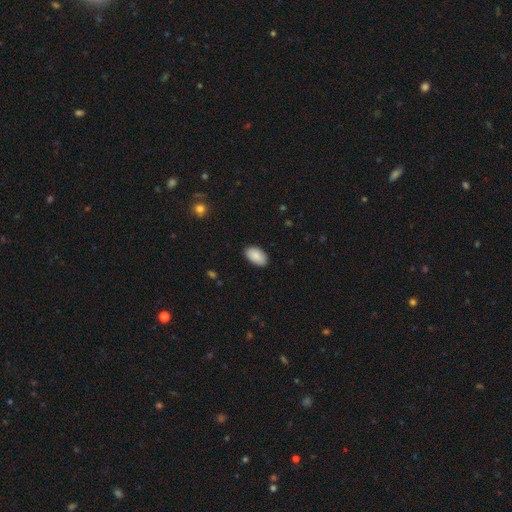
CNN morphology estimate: smooth_or_featured: smooth (p=0.90) [alt: star or artifact p=0.06]
how_rounded: in between (p=0.95) [alt: round p=0.04]
merging: none (p=0.88) [alt: minor disturbance p=0.10]